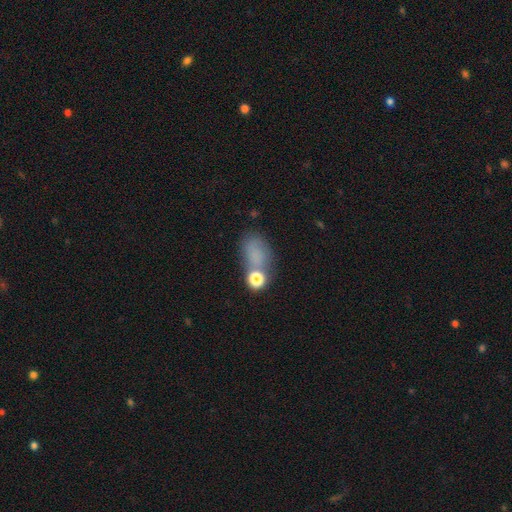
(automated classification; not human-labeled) smooth_or_featured: smooth (p=0.71) [alt: star or artifact p=0.18]
how_rounded: in between (p=0.75) [alt: round p=0.23]
merging: none (p=0.50) [alt: minor disturbance p=0.21]